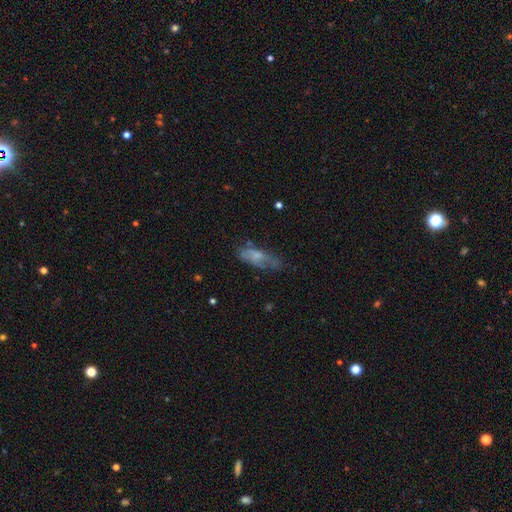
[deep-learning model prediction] smooth 56%, featured or disk 35%, star or artifact 9%. Down the decision tree: how rounded — in between (61%); merging — none (45%).